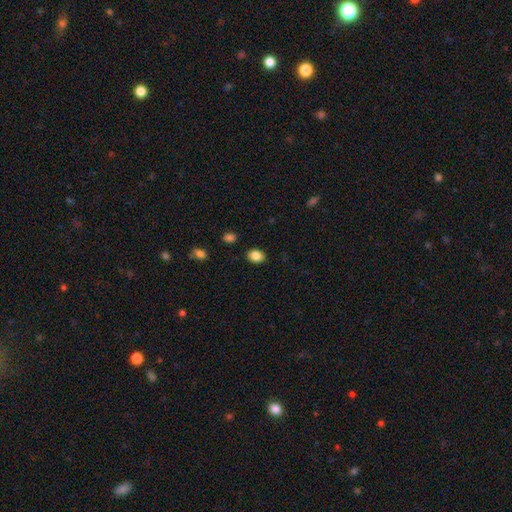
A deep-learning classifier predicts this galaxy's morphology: This appears to be a smooth galaxy with no disk features (86%) that is in between round and cigar-shaped (61%). Merging: none (87%).